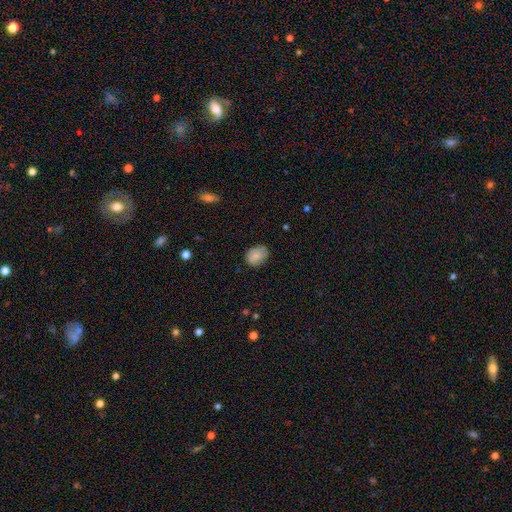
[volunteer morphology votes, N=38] A smooth galaxy with no disk features (87%) that is in between round and cigar-shaped (88%).

Vote fractions:
- Smooth or featured? smooth: 87% / featured or disk: 8% / star or artifact: 5%
- How rounded? in between: 88% / round: 12% / cigar-shaped: 0%
- Merging? none: 69% / minor disturbance: 28% / major disturbance: 3% / merger: 0%